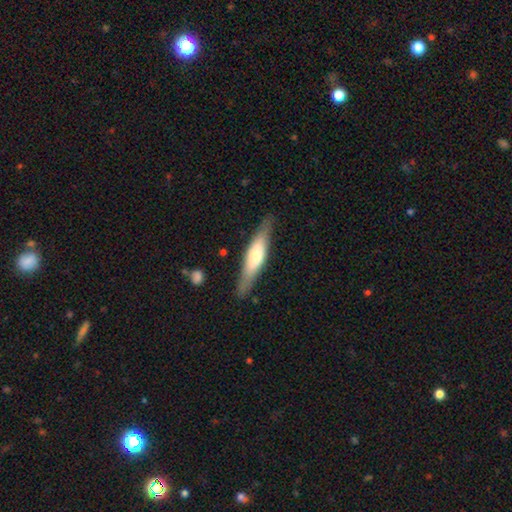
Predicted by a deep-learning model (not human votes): A smooth galaxy with no disk features (51%) that is cigar-shaped (79%). Merging: none (84%).